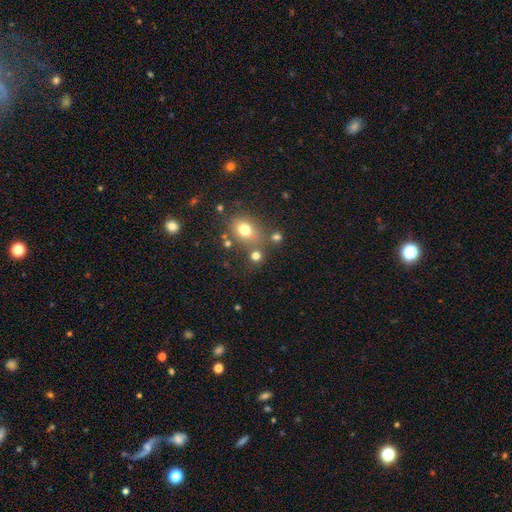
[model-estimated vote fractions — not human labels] Smooth or featured? Predicted: smooth (p=0.72). How rounded? Predicted: round (p=0.73). Merging? Predicted: none (p=0.65).